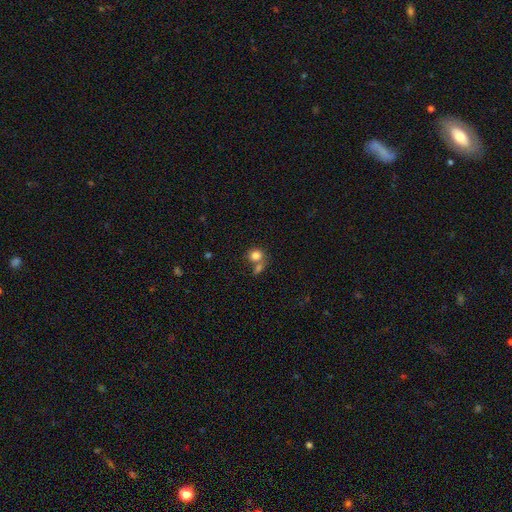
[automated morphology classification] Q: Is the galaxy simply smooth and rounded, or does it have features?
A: smooth — 81%.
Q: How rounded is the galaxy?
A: round — 73%.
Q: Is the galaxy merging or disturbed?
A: none — 47%.